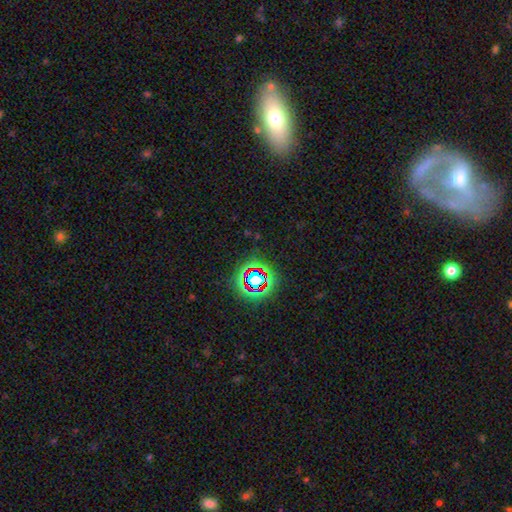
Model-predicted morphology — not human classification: This appears to be a star or artifact, not a galaxy (66%).